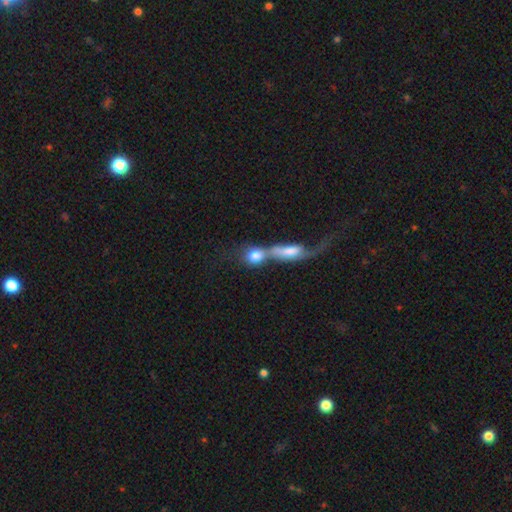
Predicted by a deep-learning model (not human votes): smooth 72%, featured or disk 20%, star or artifact 8%. Down the decision tree: how rounded — round (46%); merging — merger (71%).